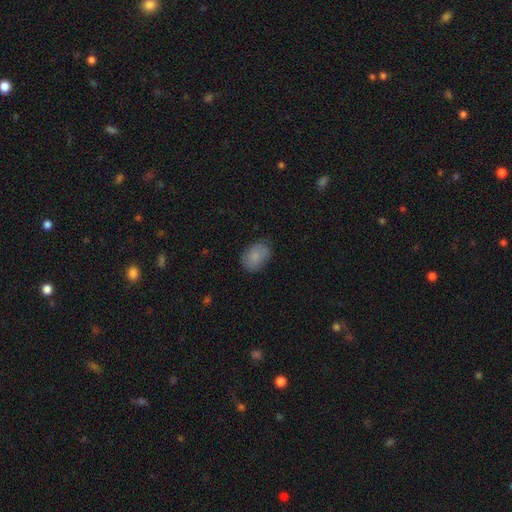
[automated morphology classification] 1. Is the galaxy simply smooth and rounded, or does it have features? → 79% smooth, 13% featured or disk, 8% star or artifact.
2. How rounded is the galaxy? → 78% in between, 21% round, 1% cigar-shaped.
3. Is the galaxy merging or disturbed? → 75% none, 19% minor disturbance, 4% major disturbance, 1% merger.